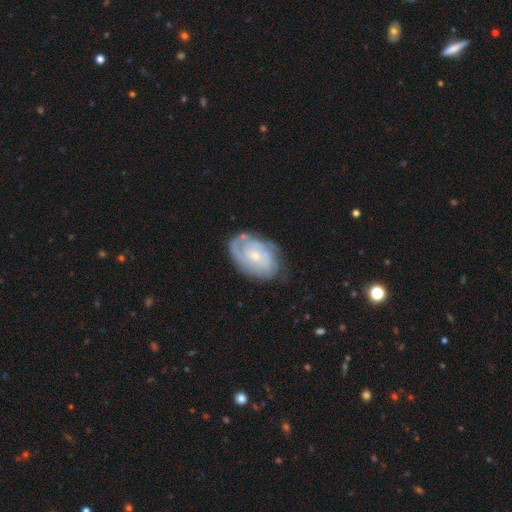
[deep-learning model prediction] Q: Smooth or featured?
A: featured or disk (79%); runner-up: smooth (16%)
Q: Edge-on disk?
A: no (97%); runner-up: yes (3%)
Q: Bar?
A: no (72%); runner-up: weak (25%)
Q: Spiral arms?
A: yes (92%); runner-up: no (8%)
Q: Spiral winding?
A: tight (65%); runner-up: medium (27%)
Q: Spiral arm count?
A: can't tell (39%); runner-up: 2 (30%)
Q: Bulge size?
A: small (66%); runner-up: moderate (29%)
Q: Merging?
A: none (67%); runner-up: minor disturbance (23%)